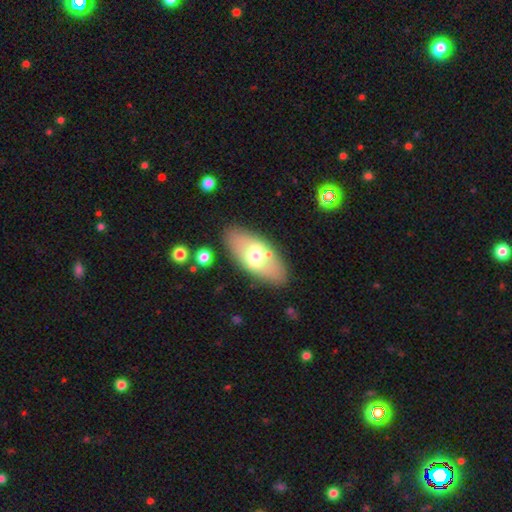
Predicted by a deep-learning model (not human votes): A smooth galaxy with no disk features (59%) that is in between round and cigar-shaped (89%). Merging: none (82%).